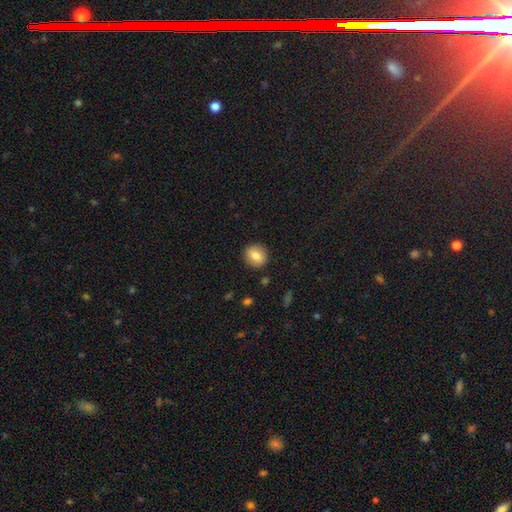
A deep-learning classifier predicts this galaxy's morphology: Smooth or featured?
  - smooth: 81% *
  - featured or disk: 10%
  - star or artifact: 9%
How rounded?
  - round: 76% *
  - in between: 23%
  - cigar-shaped: 1%
Merging?
  - none: 89% *
  - minor disturbance: 7%
  - major disturbance: 2%
  - merger: 1%